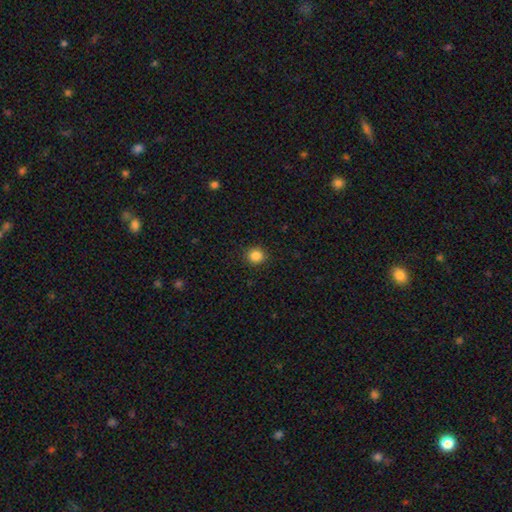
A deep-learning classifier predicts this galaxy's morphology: type=smooth (86%); roundness=round (85%); merging=none (91%).